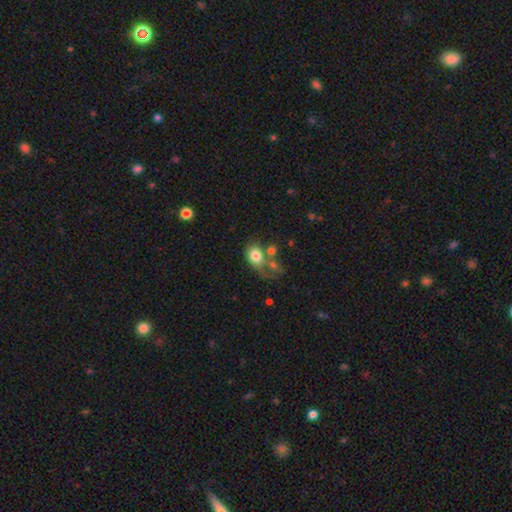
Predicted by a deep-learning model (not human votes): Overall: smooth (76%). How rounded: in between (54%; round 44%). Merging: merger (35%; none 32%).